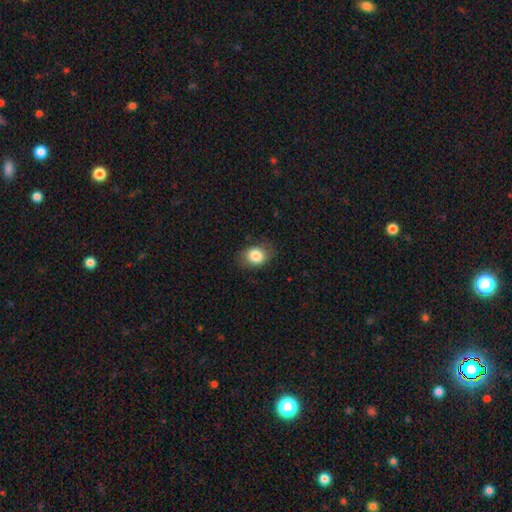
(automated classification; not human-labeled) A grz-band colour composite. It shows a smooth galaxy with no disk features (84%) that is in between round and cigar-shaped (51%). Merging: none (79%).